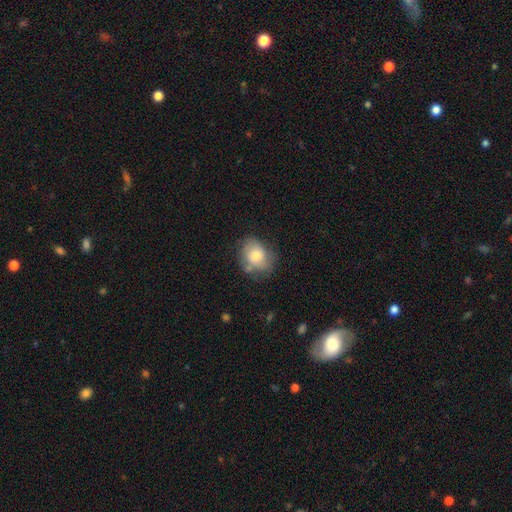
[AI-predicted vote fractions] Smooth or featured? smooth (67%)
How rounded? round (52%)
Merging? none (56%)